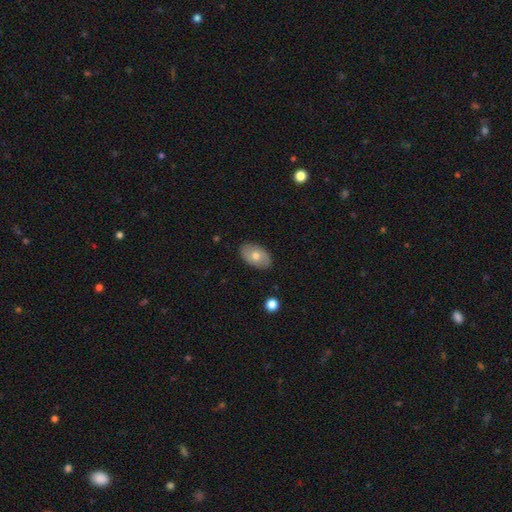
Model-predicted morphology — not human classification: type=smooth (65%); roundness=in between (92%); merging=none (87%).